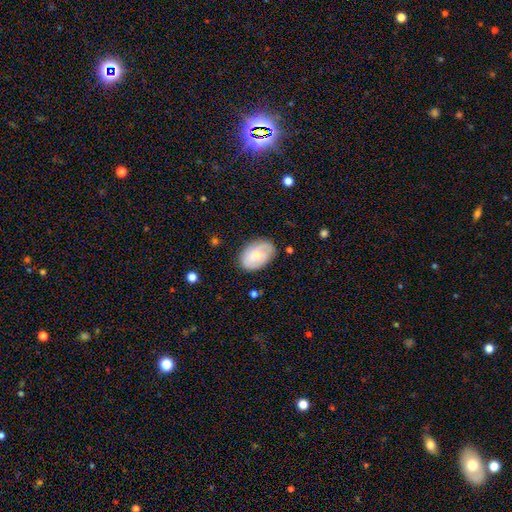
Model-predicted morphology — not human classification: smooth_or_featured: smooth (p=0.54) [alt: featured or disk p=0.39]
how_rounded: in between (p=0.86) [alt: round p=0.13]
merging: none (p=0.76) [alt: minor disturbance p=0.18]